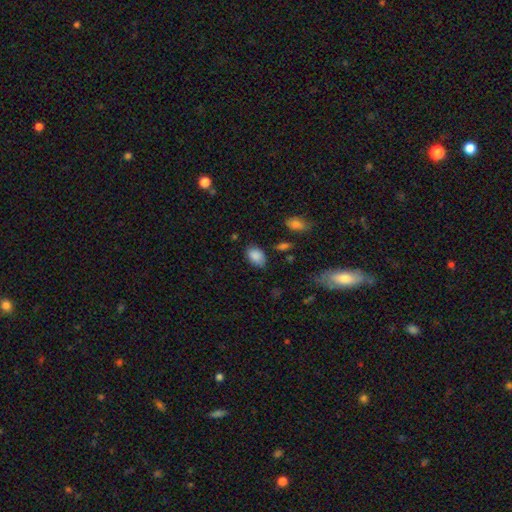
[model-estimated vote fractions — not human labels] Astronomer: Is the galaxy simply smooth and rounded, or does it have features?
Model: smooth — 87%.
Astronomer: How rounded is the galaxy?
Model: in between — 87%.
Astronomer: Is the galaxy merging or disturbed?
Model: none — 74%.